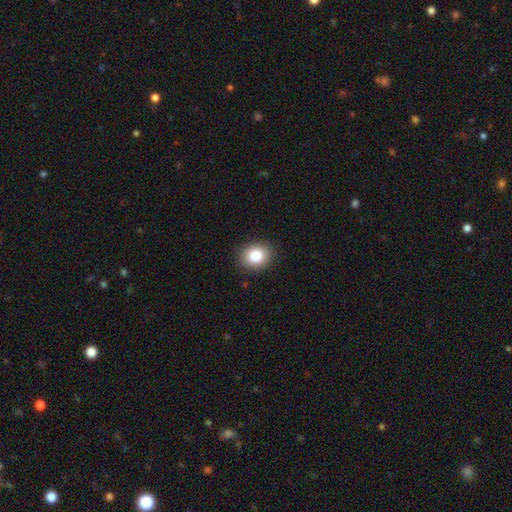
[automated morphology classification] This appears to be a smooth galaxy with no disk features (83%) that is round (54%). Merging: none (89%).